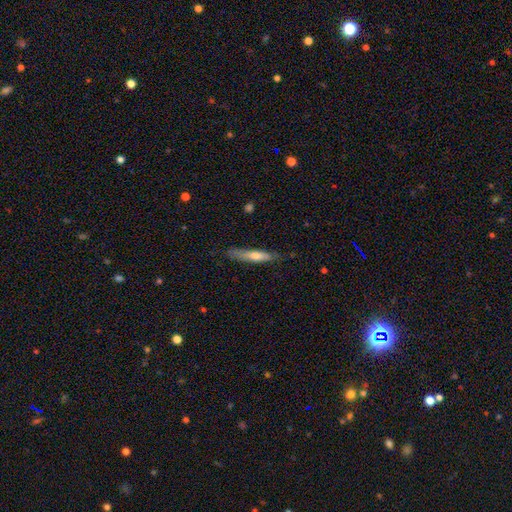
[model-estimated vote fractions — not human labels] Morphology: type=smooth (54%); roundness=cigar-shaped (89%); merging=none (78%).